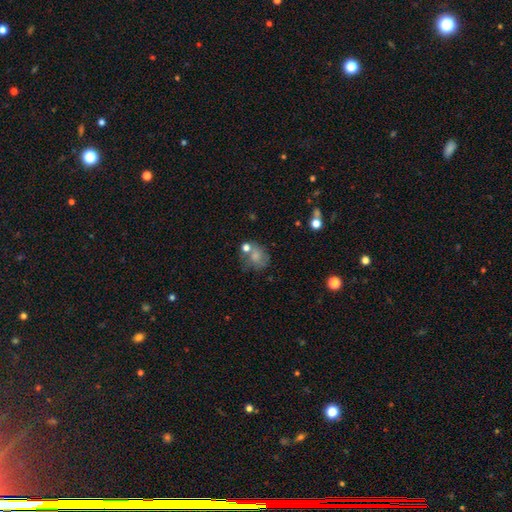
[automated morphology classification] smooth_or_featured: smooth (p=0.65) [alt: featured or disk p=0.23]
how_rounded: round (p=0.59) [alt: in between p=0.40]
merging: none (p=0.40) [alt: merger p=0.25]